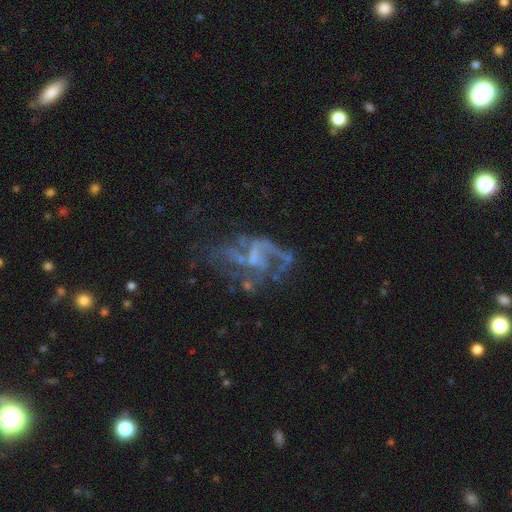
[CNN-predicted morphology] Smooth or featured: featured or disk — 74% (star or artifact — 15%)
Edge-on disk: no — 98% (yes — 2%)
Bar: no — 55% (weak — 33%)
Spiral arms: yes — 55% (no — 45%)
Bulge size: none — 57% (small — 25%)
Merging: major disturbance — 44% (none — 31%)